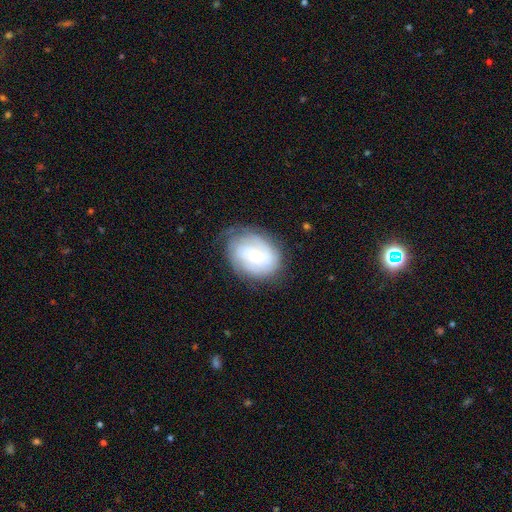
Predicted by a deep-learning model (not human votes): This is likely a featured or disk galaxy (61%). It is clearly not viewed edge-on (97%). Bar: likely no (69%). Spiral arm pattern: clearly yes (86%). Spiral arm count: possibly can't tell (49%). Spiral winding: likely tight (64%). Central bulge: likely small (63%). Merging: likely none (64%).